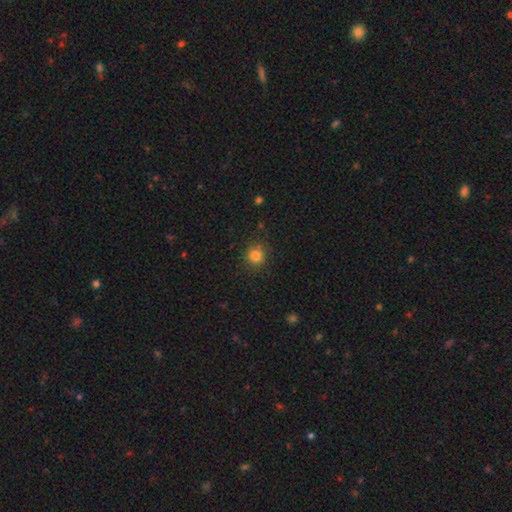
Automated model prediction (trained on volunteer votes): smooth-or-featured: smooth: 82% | star or artifact: 13% | featured or disk: 5%
  how-rounded: round: 89% | in between: 10% | cigar-shaped: 1%
  merging: none: 85% | minor disturbance: 10% | major disturbance: 3% | merger: 2%